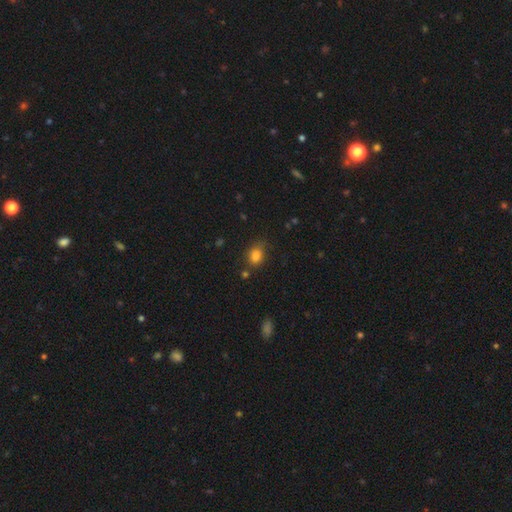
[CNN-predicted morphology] This appears to be a smooth galaxy with no disk features (84%) that is in between round and cigar-shaped (61%). Merging: none (68%).